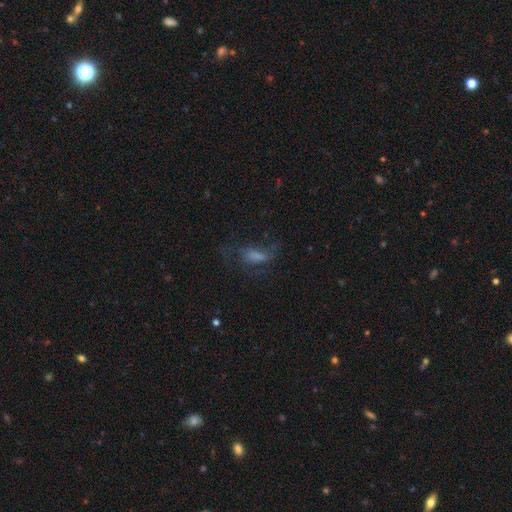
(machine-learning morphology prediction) A featured or disk galaxy (47%).

Vote fractions:
- Smooth or featured? featured or disk: 47% / smooth: 32% / star or artifact: 21%
- Merging? none: 50% / major disturbance: 28% / minor disturbance: 19% / merger: 2%